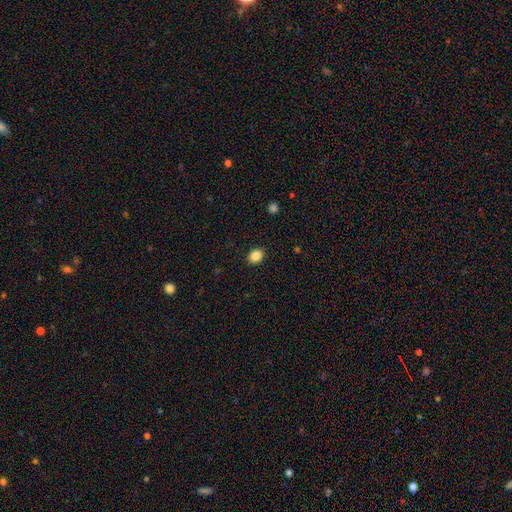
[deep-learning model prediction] Smooth or featured?
  - smooth: 86% *
  - star or artifact: 10%
  - featured or disk: 4%
How rounded?
  - round: 51% *
  - in between: 49%
  - cigar-shaped: 1%
Merging?
  - none: 90% *
  - minor disturbance: 7%
  - major disturbance: 2%
  - merger: 1%